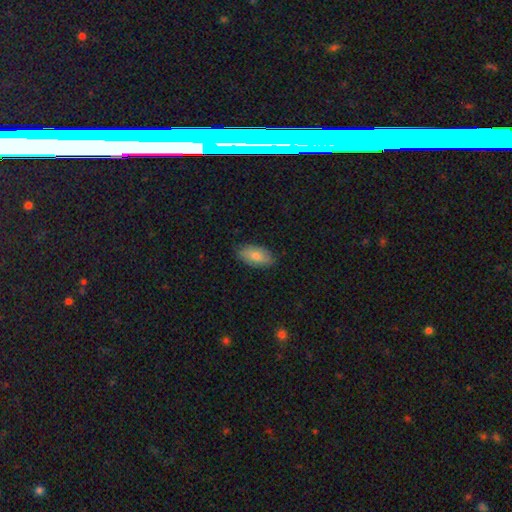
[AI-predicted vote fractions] Smooth or featured? smooth (76%)
How rounded? in between (93%)
Merging? none (83%)